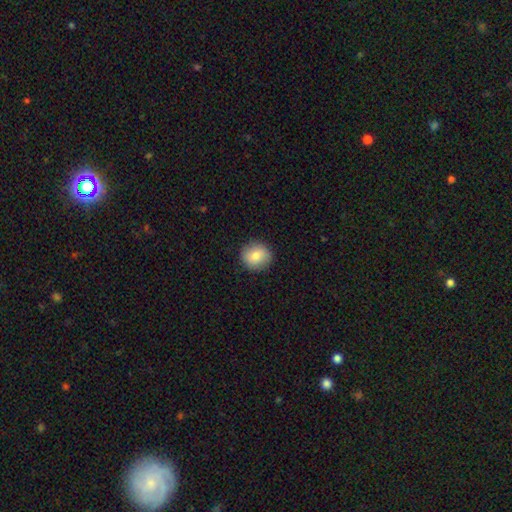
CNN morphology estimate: type=smooth (80%); roundness=round (88%); merging=none (90%).